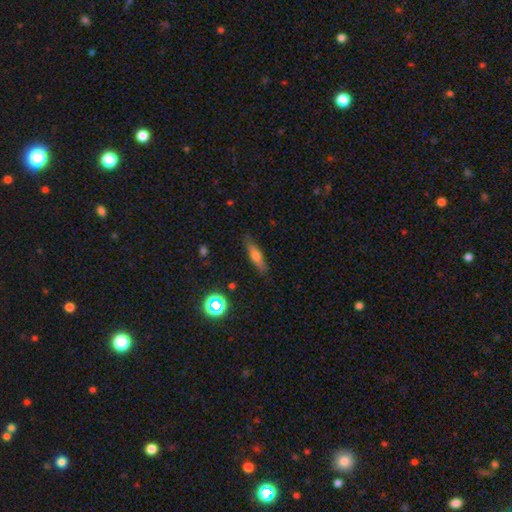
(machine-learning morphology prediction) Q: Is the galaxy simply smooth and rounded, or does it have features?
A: smooth — 55%.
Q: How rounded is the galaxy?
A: cigar-shaped — 68%.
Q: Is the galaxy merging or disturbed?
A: none — 84%.